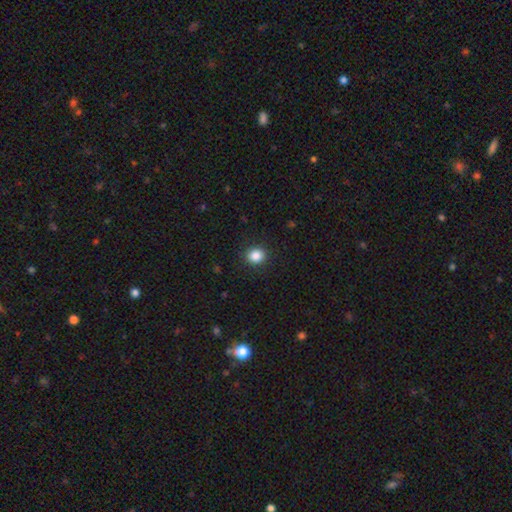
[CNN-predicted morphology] This appears to be a smooth galaxy with no disk features (86%) that is round (82%). Merging: none (90%).